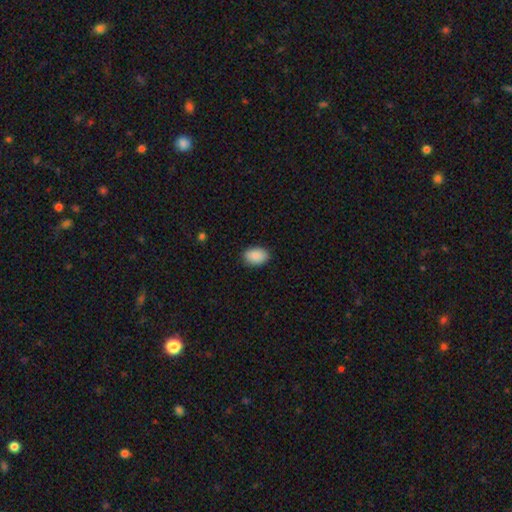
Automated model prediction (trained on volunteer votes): smooth_or_featured: smooth (p=0.89) [alt: star or artifact p=0.07]
how_rounded: in between (p=0.86) [alt: round p=0.13]
merging: none (p=0.88) [alt: minor disturbance p=0.09]